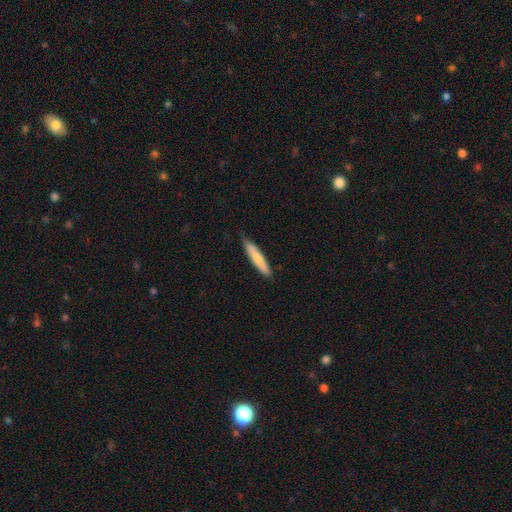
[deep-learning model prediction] This appears to be a smooth galaxy with no disk features (66%) that is cigar-shaped (91%). Merging: none (87%).